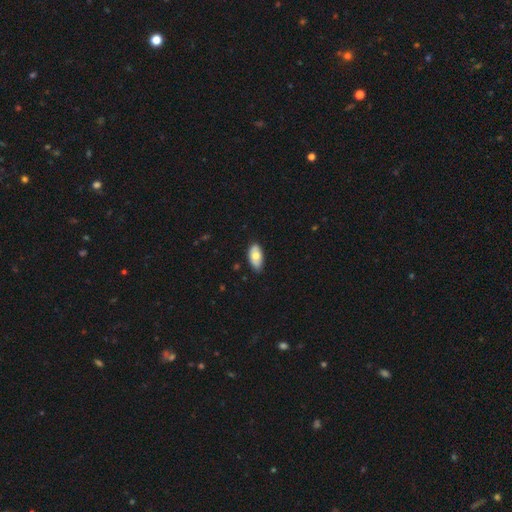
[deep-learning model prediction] smooth-or-featured: smooth: 68% | featured or disk: 26% | star or artifact: 6%
  how-rounded: in between: 93% | round: 4% | cigar-shaped: 3%
  merging: none: 80% | minor disturbance: 16% | major disturbance: 3% | merger: 1%